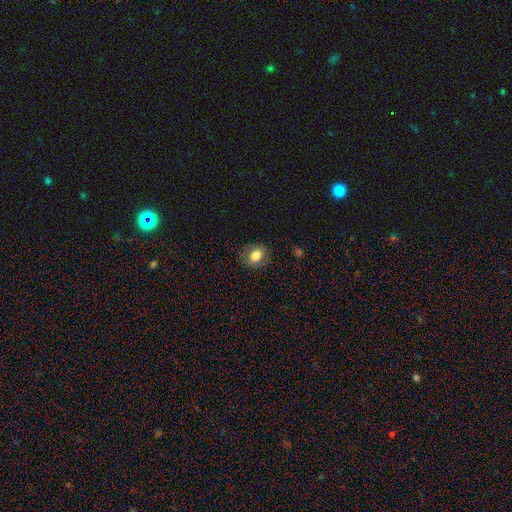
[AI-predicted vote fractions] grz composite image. It shows a smooth galaxy with no disk features (77%) that is round (50%). Merging: none (81%).